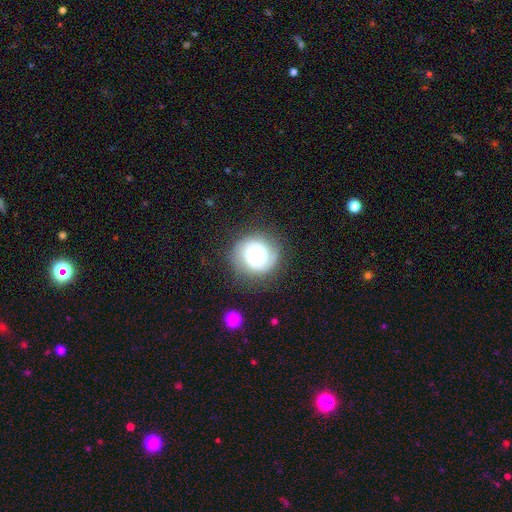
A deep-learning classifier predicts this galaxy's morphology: Smooth or featured? featured or disk (59%)
Edge-on disk? no (97%)
Bar? no (75%)
Spiral arms? yes (78%)
Bulge size? moderate (50%)
Merging? none (75%)